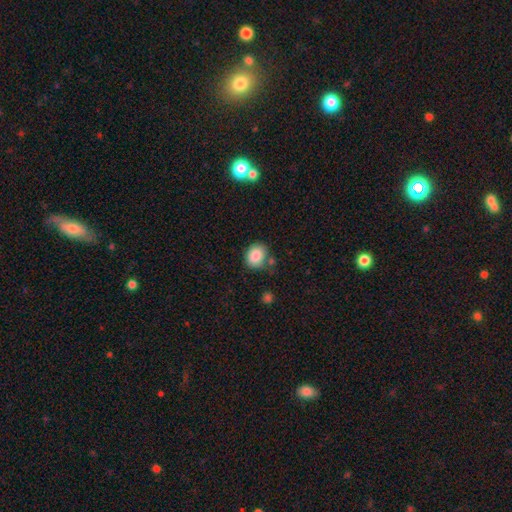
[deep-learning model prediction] The model was most divided on "how rounded": round: 52%, in between: 47%, cigar-shaped: 1%. More confident: smooth or featured — smooth (85%); merging — none (72%).